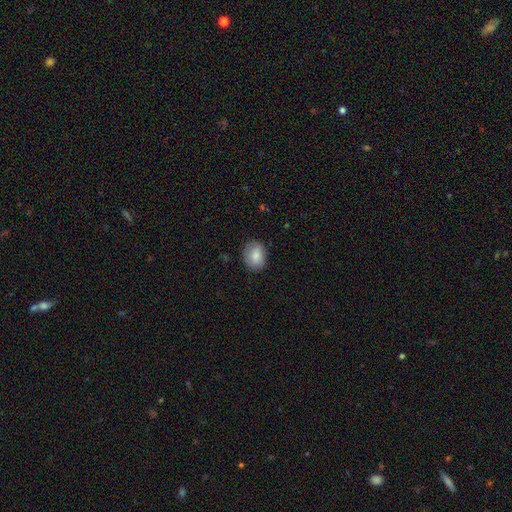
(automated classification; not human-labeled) smooth_or_featured: smooth (p=0.84) [alt: featured or disk p=0.09]
how_rounded: in between (p=0.60) [alt: round p=0.39]
merging: none (p=0.83) [alt: minor disturbance p=0.13]